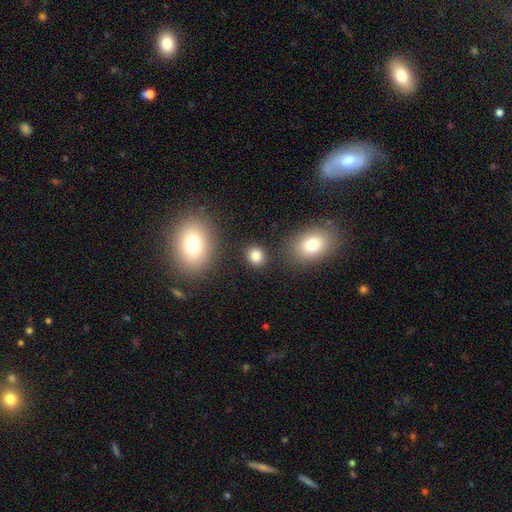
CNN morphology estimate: Smooth or featured? smooth (82%)
How rounded? round (65%)
Merging? none (84%)